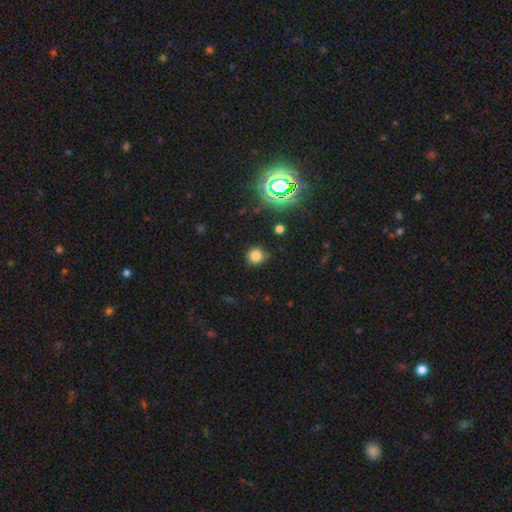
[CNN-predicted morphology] A smooth galaxy with no disk features (77%) that is round (92%). Merging: none (84%).